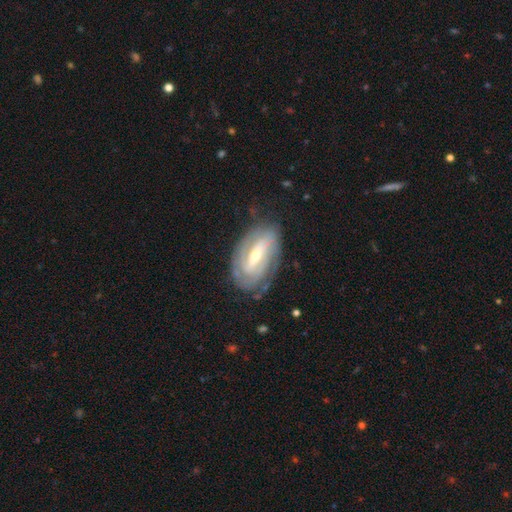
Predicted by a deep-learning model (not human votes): The model was most divided on "bulge size" (2-way tie): small: 48%, moderate: 48%, large: 2%, none: 1%, dominant: 1%. Remaining: edge-on disk — no (93%); spiral arms — yes (89%); smooth or featured — featured or disk (82%); merging — none (74%); spiral winding — tight (64%); bar — strong (49%); spiral arm count — 2 (46%).